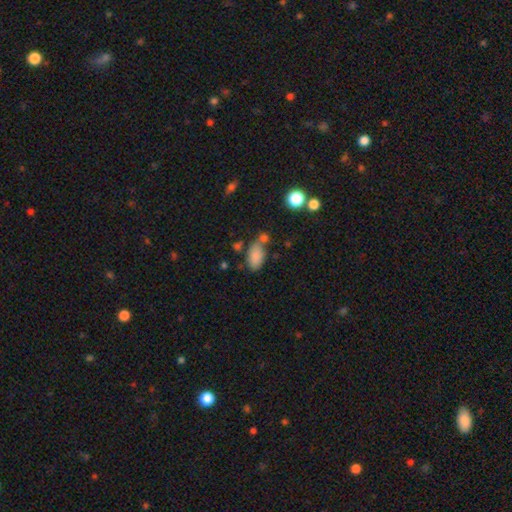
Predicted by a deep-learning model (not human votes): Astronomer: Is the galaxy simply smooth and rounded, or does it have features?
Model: smooth — 84%.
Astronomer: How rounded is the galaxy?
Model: in between — 92%.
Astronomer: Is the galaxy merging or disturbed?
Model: none — 56%.